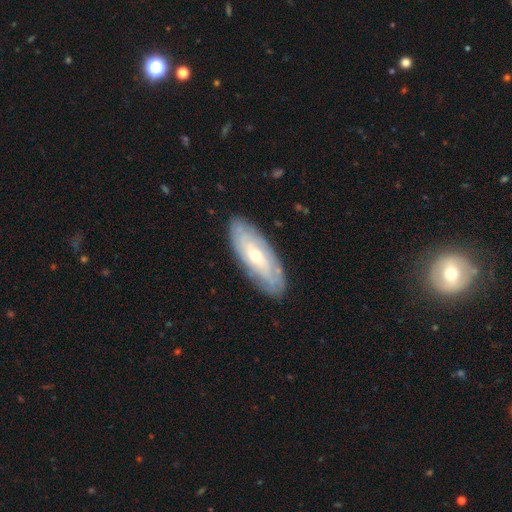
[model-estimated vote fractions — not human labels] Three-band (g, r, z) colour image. It shows a featured or disk galaxy (64%) with no bar (71%), spiral arms (67%) and a small central bulge (49%). Merging: none (84%).